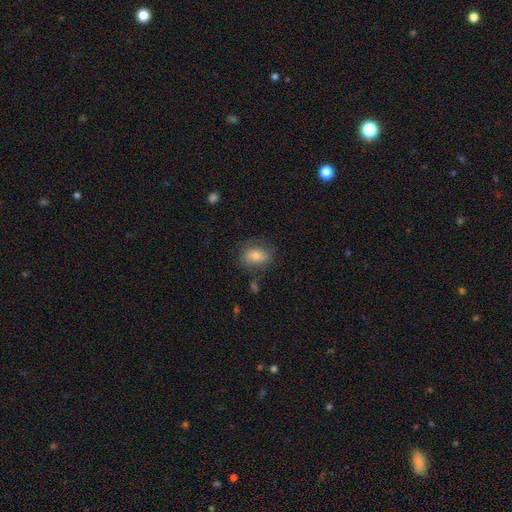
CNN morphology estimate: Smooth or featured? smooth (71%)
How rounded? in between (76%)
Merging? none (74%)